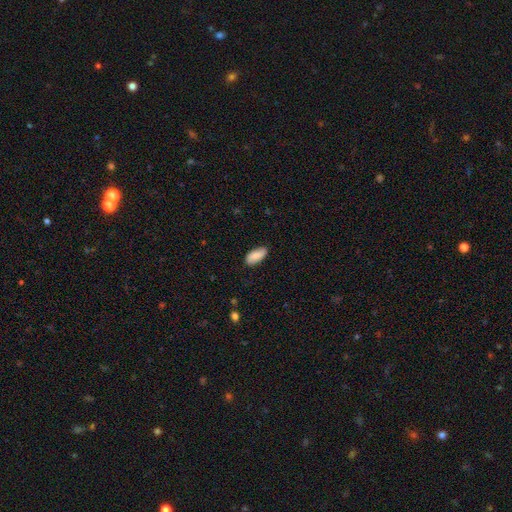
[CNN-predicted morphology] smooth 83%, featured or disk 10%, star or artifact 6%. Down the decision tree: how rounded — in between (90%); merging — none (78%).